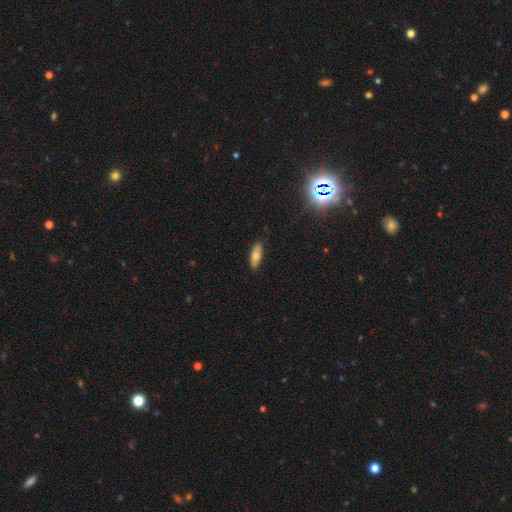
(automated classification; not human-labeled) Morphology: type=smooth (69%); roundness=in between (69%); merging=none (85%).